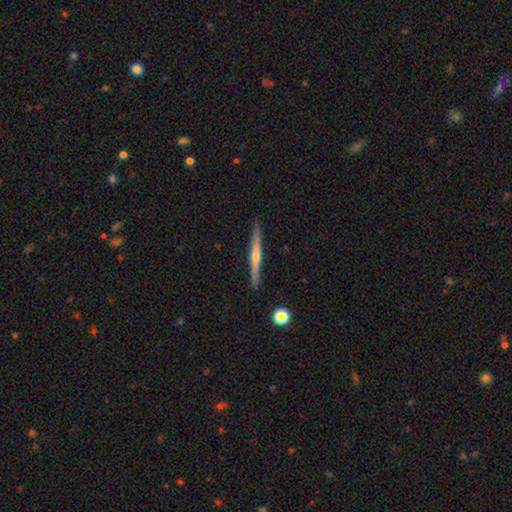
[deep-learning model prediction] A featured or disk galaxy (58%) viewed edge-on (97%) with a rounded central bulge (53%).

Vote fractions:
- Smooth or featured? featured or disk: 58% / smooth: 36% / star or artifact: 6%
- Edge-on disk? yes: 97% / no: 3%
- Edge-on bulge? rounded: 53% / none: 38% / boxy: 8%
- Merging? none: 90% / minor disturbance: 7% / merger: 1% / major disturbance: 1%